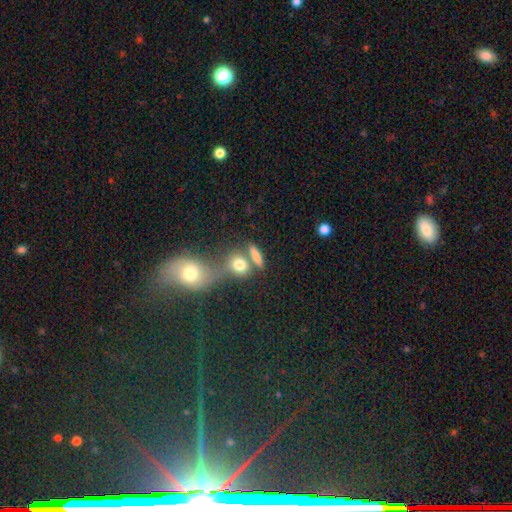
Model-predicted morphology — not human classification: smooth 75%, featured or disk 14%, star or artifact 11%. Down the decision tree: how rounded — in between (41%); merging — none (54%).